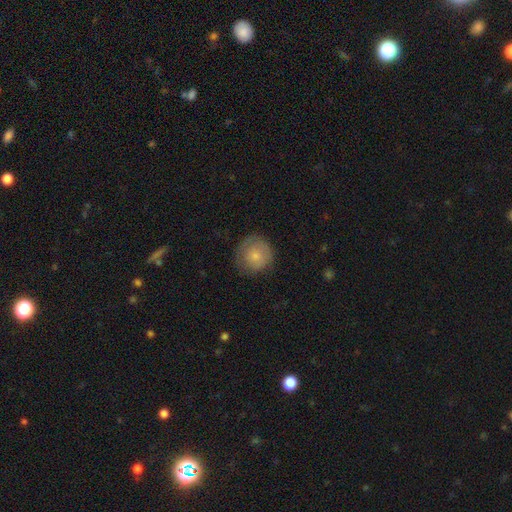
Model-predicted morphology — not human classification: A smooth galaxy with no disk features (73%) that is round (92%).

Vote fractions:
- Smooth or featured? smooth: 73% / featured or disk: 21% / star or artifact: 7%
- How rounded? round: 92% / in between: 7% / cigar-shaped: 1%
- Merging? none: 75% / minor disturbance: 18% / major disturbance: 6% / merger: 1%